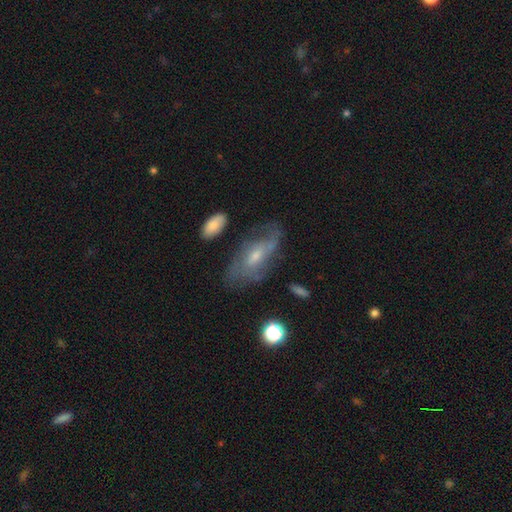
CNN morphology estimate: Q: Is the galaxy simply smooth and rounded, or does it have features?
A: featured or disk — 67%.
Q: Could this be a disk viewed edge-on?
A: no — 89%.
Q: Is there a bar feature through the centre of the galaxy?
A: no — 53%.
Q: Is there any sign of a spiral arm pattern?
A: yes — 77%.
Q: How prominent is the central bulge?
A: small — 53%.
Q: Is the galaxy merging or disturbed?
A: none — 59%.